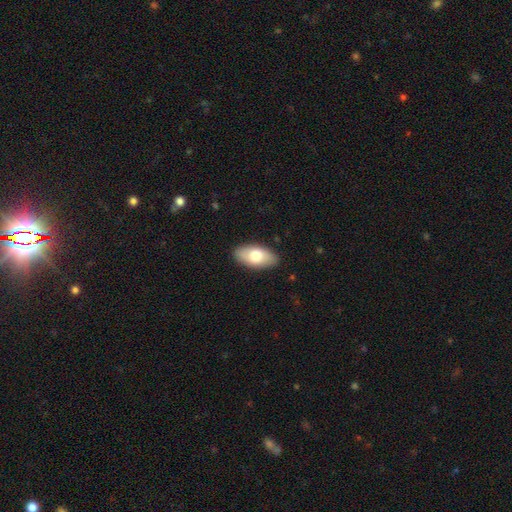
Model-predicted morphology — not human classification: Q: Smooth or featured?
A: smooth (74%); runner-up: featured or disk (20%)
Q: How rounded?
A: in between (93%); runner-up: cigar-shaped (4%)
Q: Merging?
A: none (87%); runner-up: minor disturbance (10%)